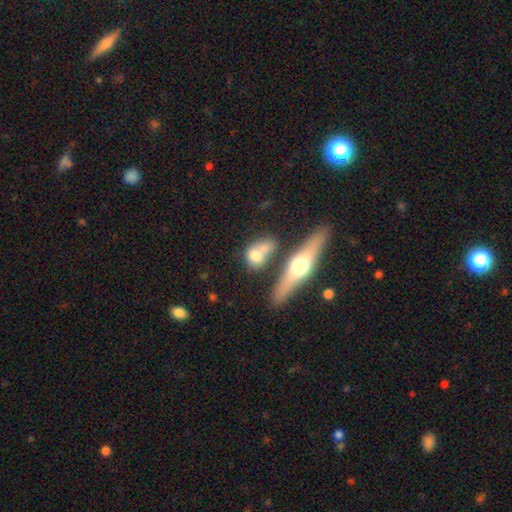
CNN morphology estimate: A smooth galaxy with no disk features (64%) that is in between round and cigar-shaped (50%).

Vote fractions:
- Smooth or featured? smooth: 64% / featured or disk: 28% / star or artifact: 8%
- How rounded? in between: 50% / round: 38% / cigar-shaped: 12%
- Merging? none: 42% / merger: 38% / minor disturbance: 13% / major disturbance: 7%